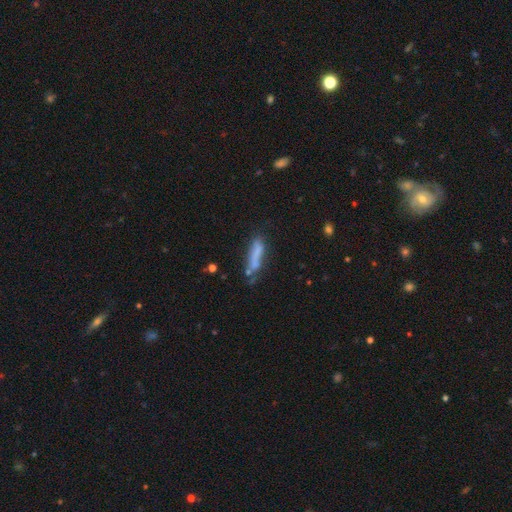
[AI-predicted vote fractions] A smooth galaxy with no disk features (67%) that is cigar-shaped (77%).

Vote fractions:
- Smooth or featured? smooth: 67% / featured or disk: 23% / star or artifact: 10%
- How rounded? cigar-shaped: 77% / in between: 21% / round: 2%
- Merging? none: 52% / minor disturbance: 25% / merger: 11% / major disturbance: 11%